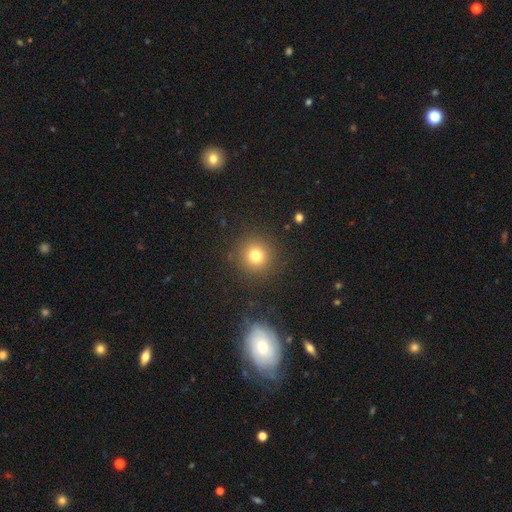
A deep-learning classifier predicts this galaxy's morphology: Smooth or featured: smooth — 76% (star or artifact — 15%)
How rounded: round — 94% (in between — 5%)
Merging: none — 89% (minor disturbance — 7%)